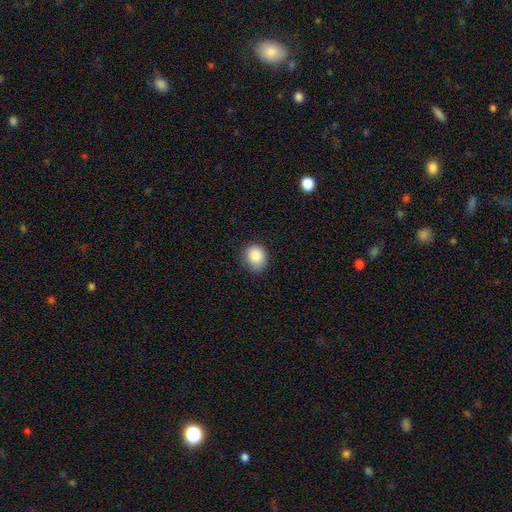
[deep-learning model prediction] A smooth galaxy with no disk features (87%) that is round (73%).

Vote fractions:
- Smooth or featured? smooth: 87% / star or artifact: 9% / featured or disk: 4%
- How rounded? round: 73% / in between: 26% / cigar-shaped: 1%
- Merging? none: 77% / minor disturbance: 18% / major disturbance: 4% / merger: 1%